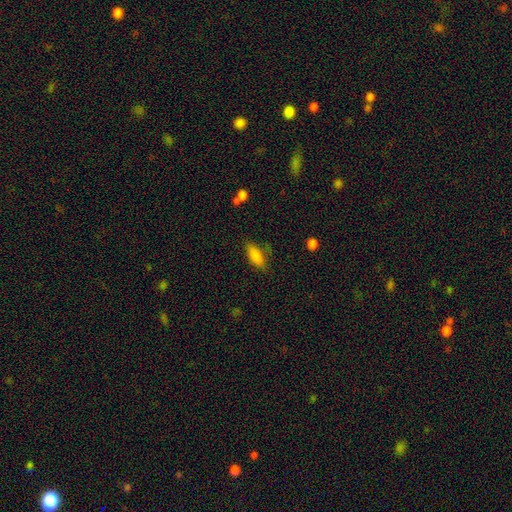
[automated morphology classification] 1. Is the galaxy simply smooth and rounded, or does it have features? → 84% smooth, 9% featured or disk, 8% star or artifact.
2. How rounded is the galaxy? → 72% in between, 25% cigar-shaped, 2% round.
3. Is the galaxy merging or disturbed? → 73% none, 19% minor disturbance, 5% major disturbance, 3% merger.